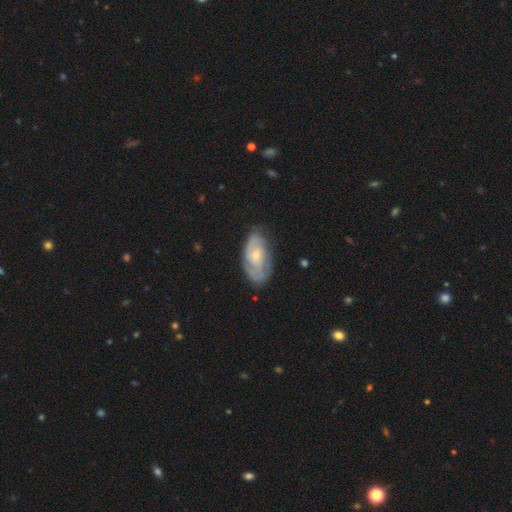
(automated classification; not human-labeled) The model was most divided on "spiral arm count": 2: 44%, can't tell: 34%, 3: 9%, 1: 7%, 4: 3%, more than 4: 2%. More confident: edge-on disk — no (95%); spiral arms — yes (87%); smooth or featured — featured or disk (69%); merging — none (69%); bar — no (67%); bulge size — small (58%); spiral winding — tight (58%).